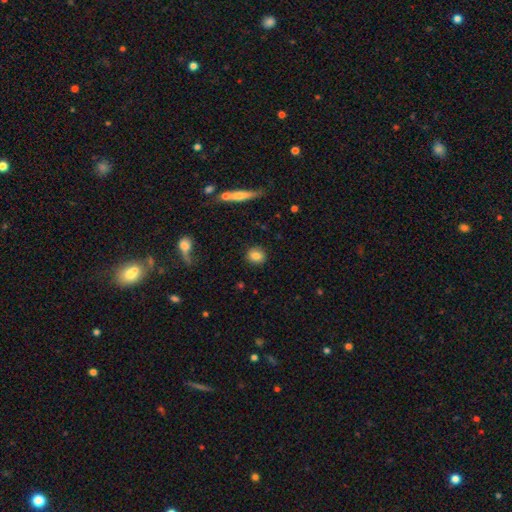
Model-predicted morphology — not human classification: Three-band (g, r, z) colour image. It shows a smooth galaxy with no disk features (83%) that is round (79%). Merging: none (89%).